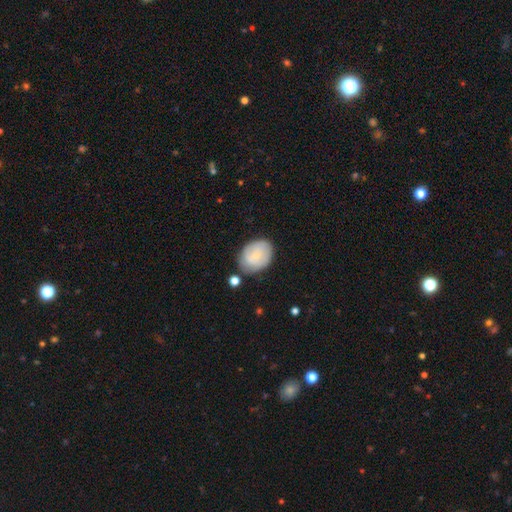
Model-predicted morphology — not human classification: Smooth or featured? smooth (70%)
How rounded? in between (61%)
Merging? none (66%)